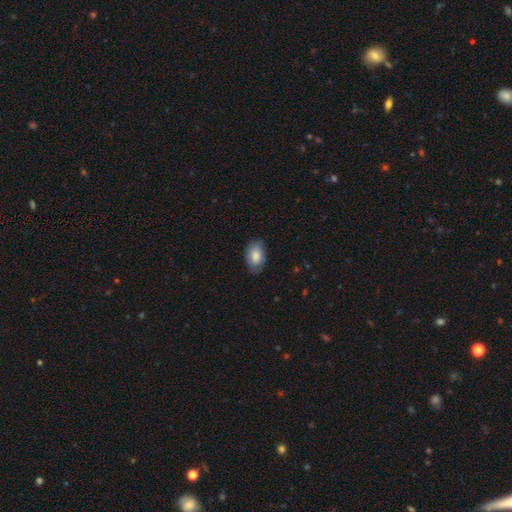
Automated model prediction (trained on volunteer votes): Smooth or featured? smooth (83%)
How rounded? in between (91%)
Merging? none (75%)